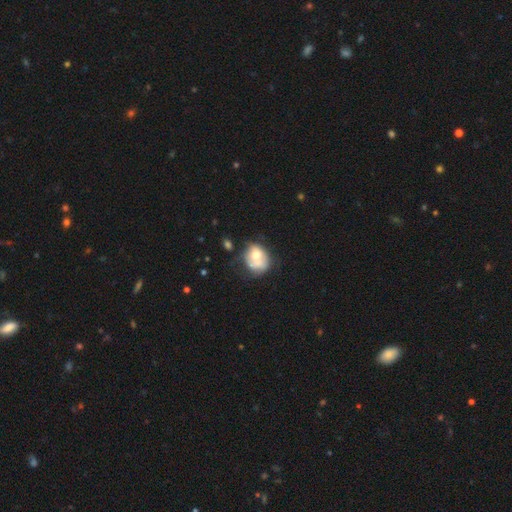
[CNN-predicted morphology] smooth 57%, featured or disk 35%, star or artifact 9%. Down the decision tree: how rounded — round (53%); merging — none (35%).